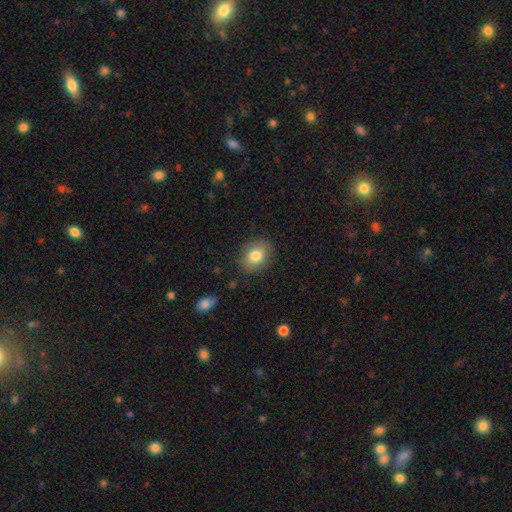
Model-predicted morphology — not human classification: This appears to be a smooth galaxy with no disk features (78%) that is round (50%). Merging: none (83%).